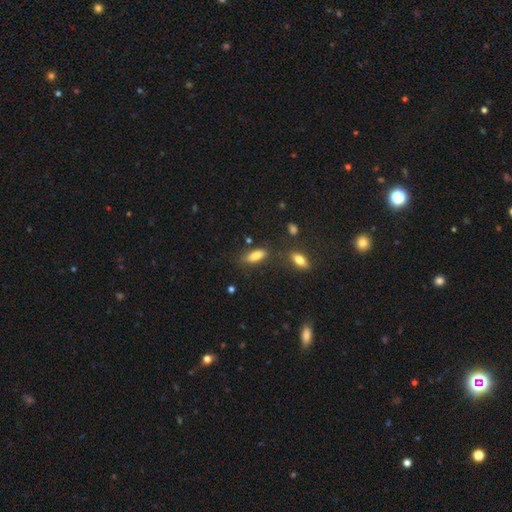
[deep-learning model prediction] This appears to be a smooth galaxy with no disk features (80%) that is in between round and cigar-shaped (73%). Merging: none (71%).